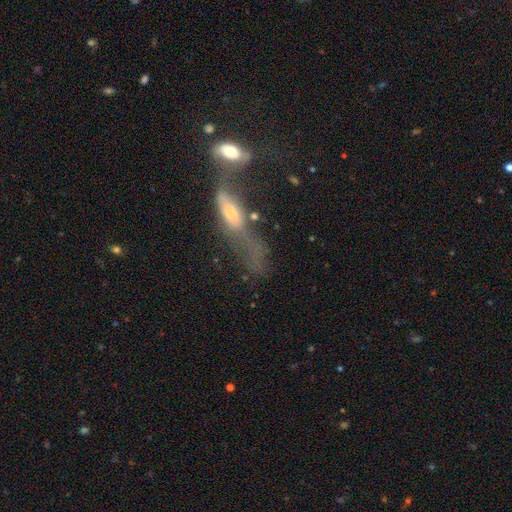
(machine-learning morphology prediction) Smooth or featured?
  - featured or disk: 43% *
  - smooth: 42%
  - star or artifact: 15%
Merging?
  - merger: 46% *
  - major disturbance: 31%
  - none: 14%
  - minor disturbance: 9%